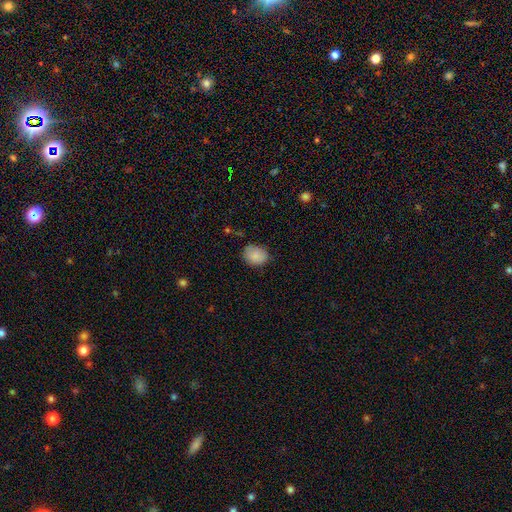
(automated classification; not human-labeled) Smooth or featured: smooth — 85% (star or artifact — 8%)
How rounded: in between — 51% (round — 48%)
Merging: none — 72% (minor disturbance — 22%)